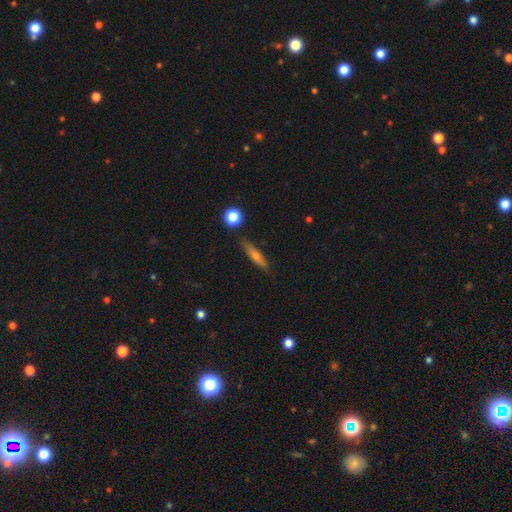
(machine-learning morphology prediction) smooth-or-featured: smooth: 48% | featured or disk: 43% | star or artifact: 9%
  merging: none: 87% | minor disturbance: 9% | major disturbance: 2% | merger: 2%